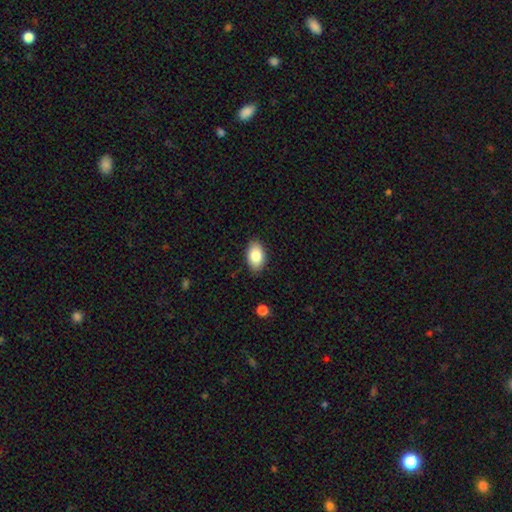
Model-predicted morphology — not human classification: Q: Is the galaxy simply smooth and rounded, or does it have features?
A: smooth — 85%.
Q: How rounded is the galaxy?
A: in between — 92%.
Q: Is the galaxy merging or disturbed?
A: none — 85%.